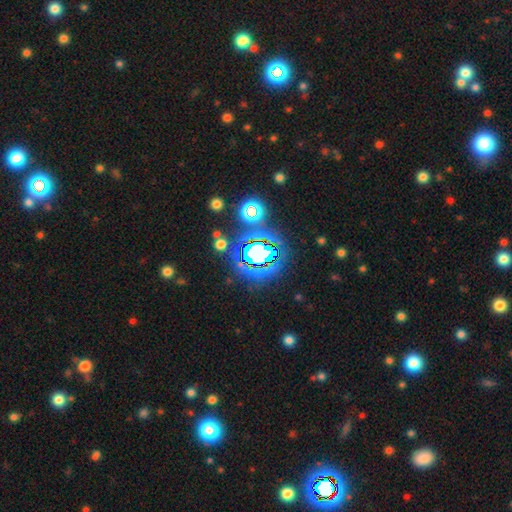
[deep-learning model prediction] Morphology: type=star or artifact (81%).